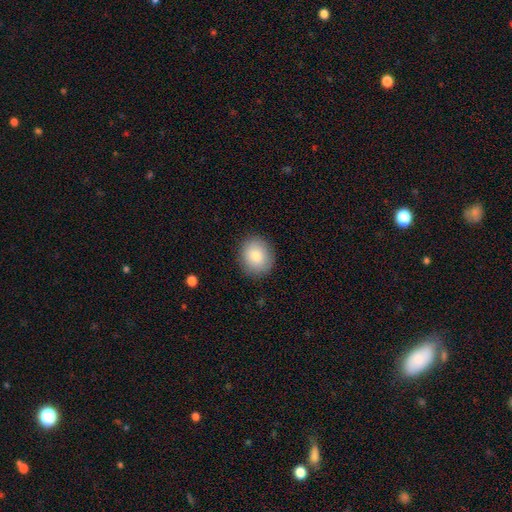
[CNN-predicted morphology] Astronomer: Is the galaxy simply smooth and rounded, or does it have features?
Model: smooth — 85%.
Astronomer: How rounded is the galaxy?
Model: round — 70%.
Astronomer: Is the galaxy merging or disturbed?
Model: none — 88%.